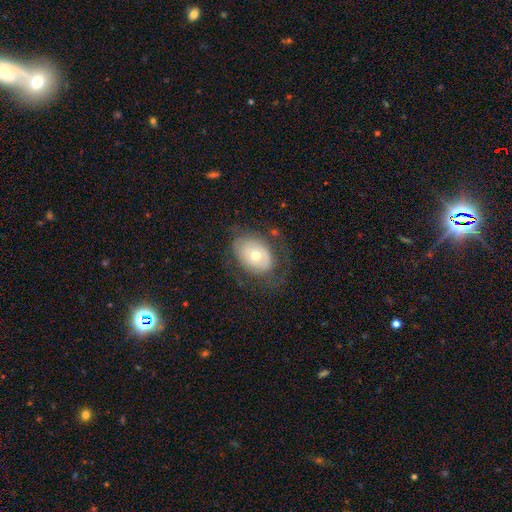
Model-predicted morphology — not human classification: Smooth or featured?
  - smooth: 47% *
  - featured or disk: 45%
  - star or artifact: 7%
Merging?
  - none: 62% *
  - minor disturbance: 21%
  - major disturbance: 16%
  - merger: 1%